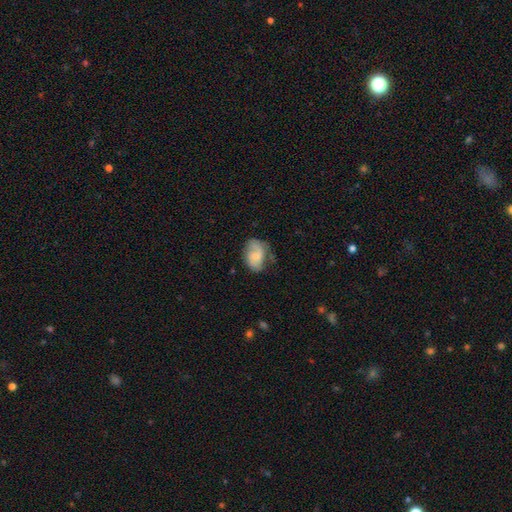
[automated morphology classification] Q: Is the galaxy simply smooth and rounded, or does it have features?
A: smooth — 52%.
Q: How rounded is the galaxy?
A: in between — 79%.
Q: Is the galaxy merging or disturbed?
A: none — 50%.